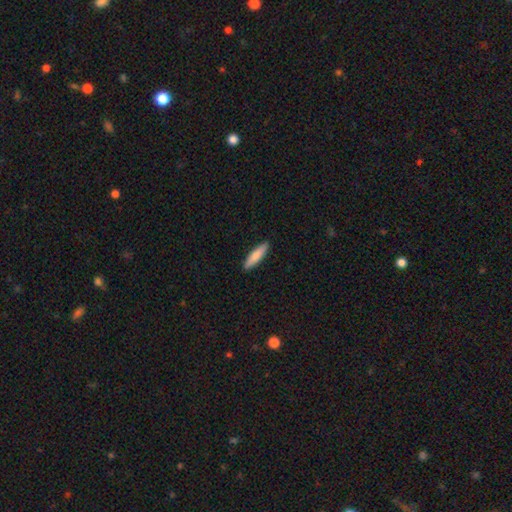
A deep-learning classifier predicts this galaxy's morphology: Q: Smooth or featured?
A: smooth (82%); runner-up: featured or disk (14%)
Q: How rounded?
A: cigar-shaped (79%); runner-up: in between (19%)
Q: Merging?
A: none (91%); runner-up: minor disturbance (6%)